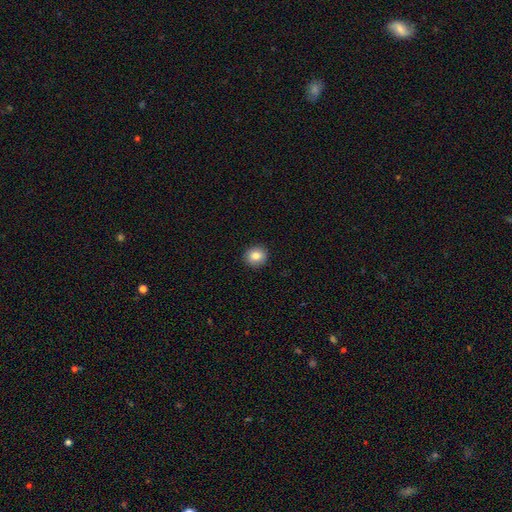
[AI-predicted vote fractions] Smooth or featured? smooth (82%)
How rounded? round (85%)
Merging? none (92%)